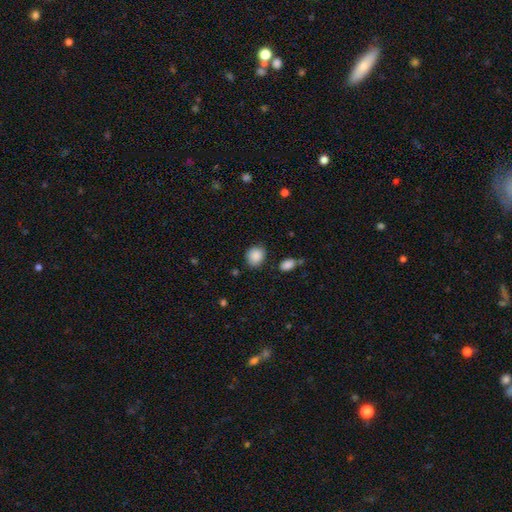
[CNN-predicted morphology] This appears to be a smooth galaxy with no disk features (88%) that is round (69%). Merging: none (80%).